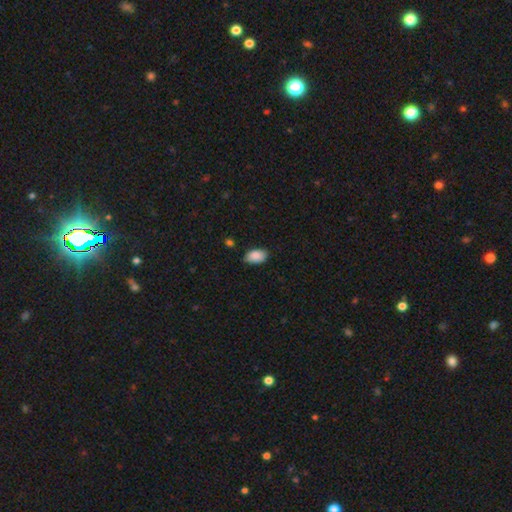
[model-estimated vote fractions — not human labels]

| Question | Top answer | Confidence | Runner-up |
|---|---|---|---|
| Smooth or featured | smooth | 88% | star or artifact (7%) |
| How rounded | in between | 93% | round (5%) |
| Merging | none | 81% | minor disturbance (15%) |